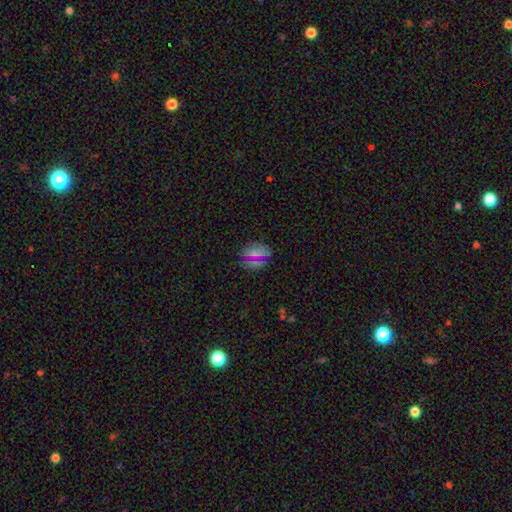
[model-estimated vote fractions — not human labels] Smooth or featured? Predicted: smooth (p=0.66). How rounded? Predicted: in between (p=0.58). Merging? Predicted: none (p=0.78).